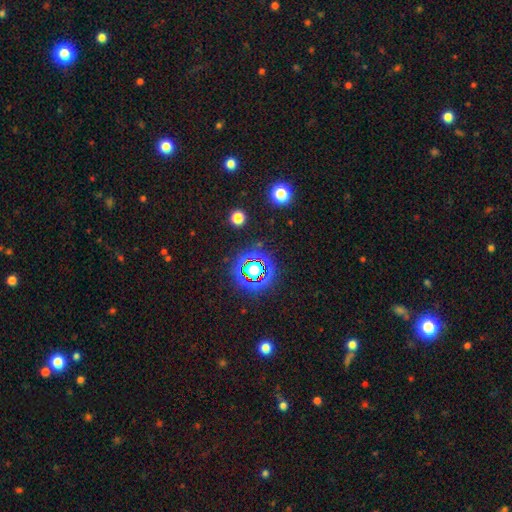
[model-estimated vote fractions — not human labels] A star or artifact, not a galaxy (79%).